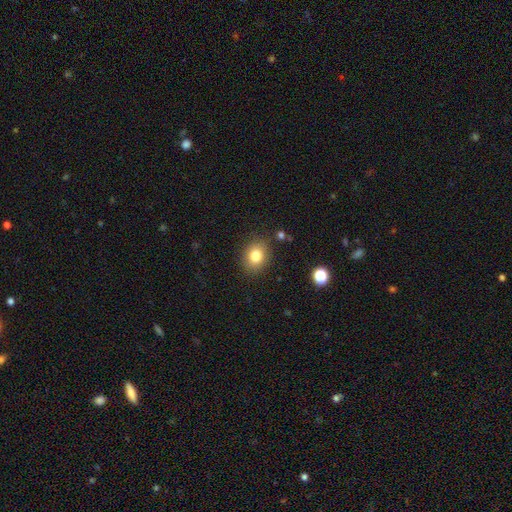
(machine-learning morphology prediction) smooth_or_featured: smooth (p=0.81) [alt: star or artifact p=0.11]
how_rounded: round (p=0.52) [alt: in between p=0.47]
merging: none (p=0.85) [alt: minor disturbance p=0.10]